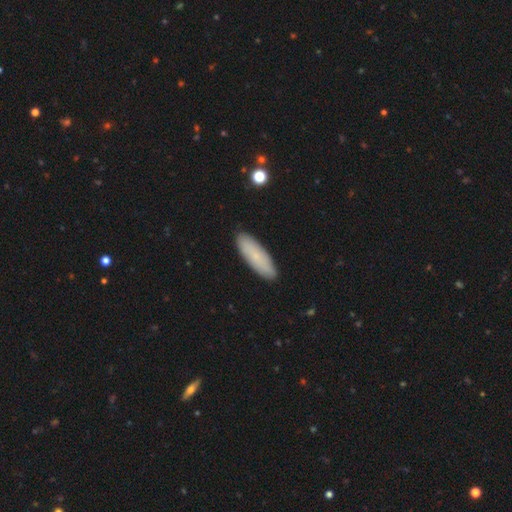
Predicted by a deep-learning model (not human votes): Smooth or featured? smooth (76%)
How rounded? cigar-shaped (51%)
Merging? none (89%)